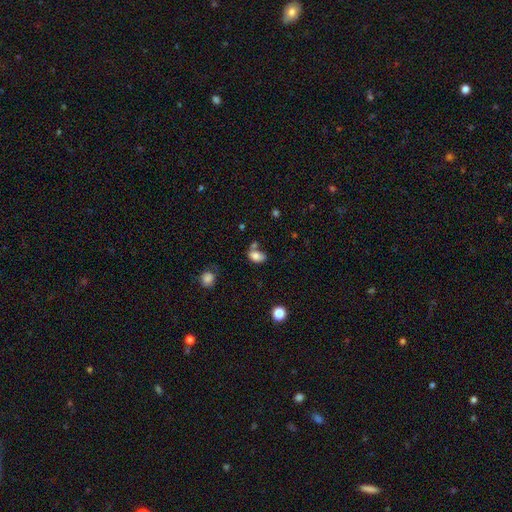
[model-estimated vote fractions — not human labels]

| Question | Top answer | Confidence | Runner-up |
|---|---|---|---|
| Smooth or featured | smooth | 81% | star or artifact (10%) |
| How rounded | in between | 86% | round (12%) |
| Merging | none | 45% | merger (26%) |